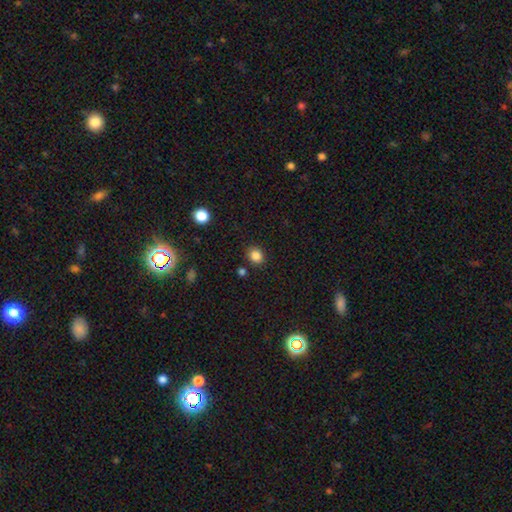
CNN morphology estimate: Overall: smooth (84%). How rounded: round (74%). Merging: none (85%).